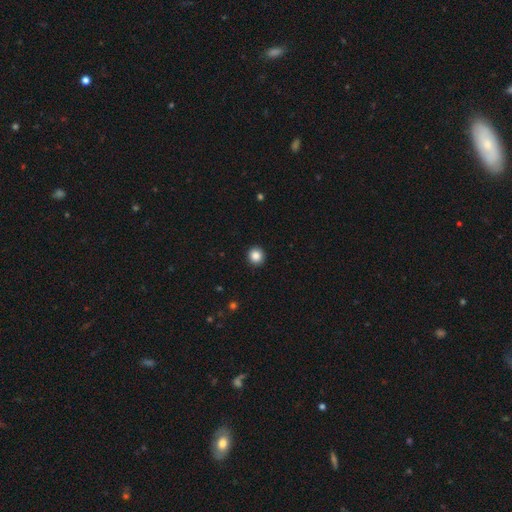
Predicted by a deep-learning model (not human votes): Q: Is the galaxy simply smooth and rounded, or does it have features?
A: smooth — 86%.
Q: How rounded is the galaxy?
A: round — 92%.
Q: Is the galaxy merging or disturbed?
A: none — 93%.